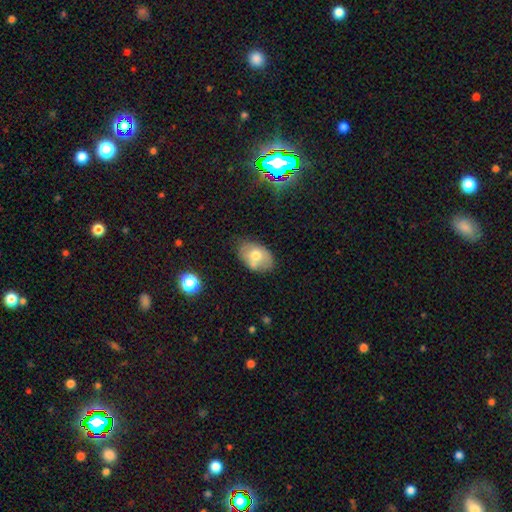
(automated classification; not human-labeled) Smooth or featured? smooth (66%)
How rounded? in between (86%)
Merging? none (64%)